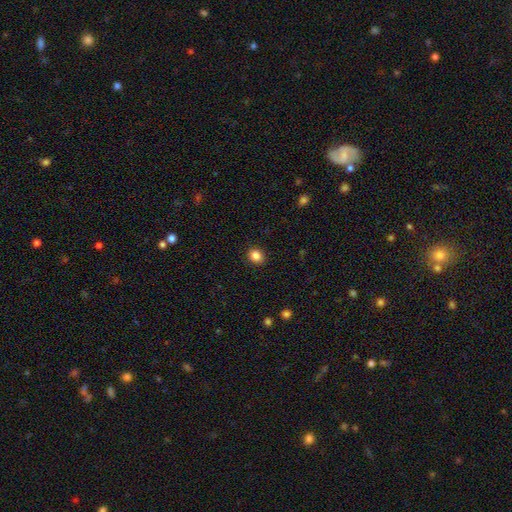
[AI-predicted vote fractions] A smooth galaxy with no disk features (86%) that is round (66%). Merging: none (91%).